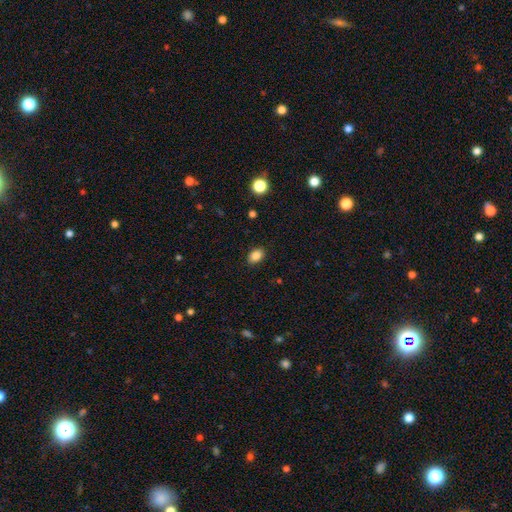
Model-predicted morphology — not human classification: Smooth or featured? smooth (86%)
How rounded? in between (76%)
Merging? none (88%)